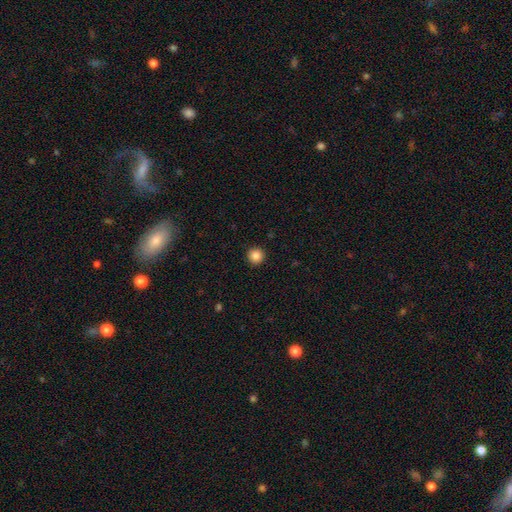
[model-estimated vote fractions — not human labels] smooth-or-featured: smooth: 86% | star or artifact: 10% | featured or disk: 4%
  how-rounded: round: 96% | in between: 3% | cigar-shaped: 1%
  merging: none: 93% | minor disturbance: 4% | major disturbance: 2% | merger: 1%